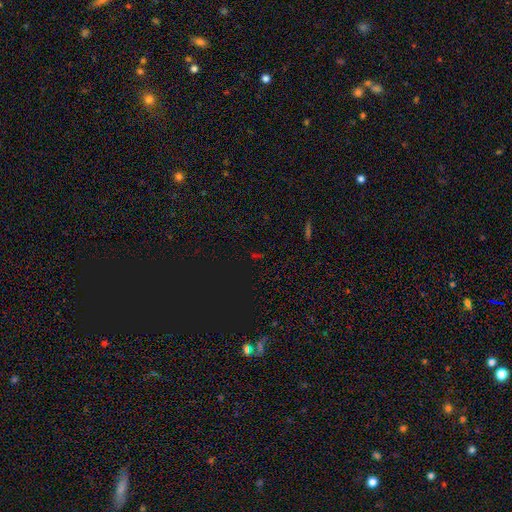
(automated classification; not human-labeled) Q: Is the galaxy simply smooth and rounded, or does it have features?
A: star or artifact — 73%.